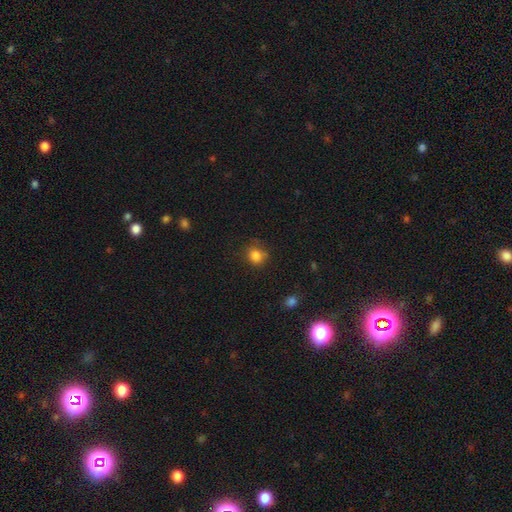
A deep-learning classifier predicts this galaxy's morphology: smooth_or_featured: smooth (p=0.83) [alt: star or artifact p=0.12]
how_rounded: round (p=0.78) [alt: in between p=0.21]
merging: none (p=0.74) [alt: minor disturbance p=0.19]